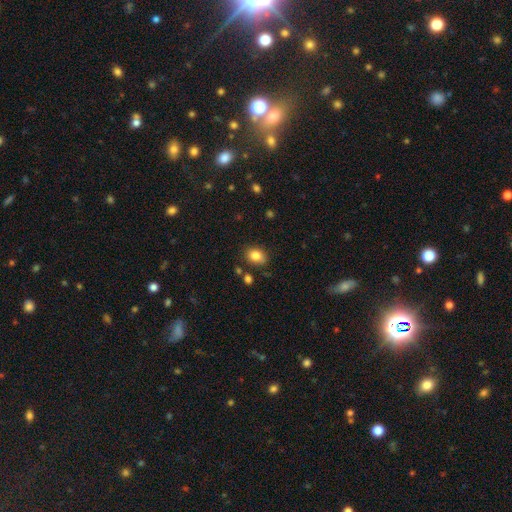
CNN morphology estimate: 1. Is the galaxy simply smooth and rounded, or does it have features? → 83% smooth, 9% star or artifact, 7% featured or disk.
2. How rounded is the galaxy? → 62% in between, 37% round, 1% cigar-shaped.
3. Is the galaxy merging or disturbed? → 82% none, 11% minor disturbance, 3% merger, 3% major disturbance.